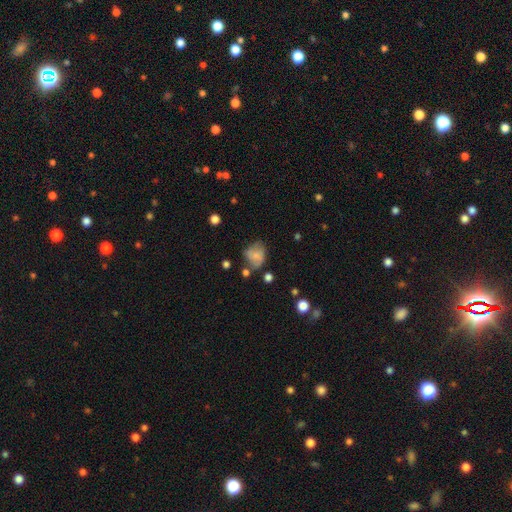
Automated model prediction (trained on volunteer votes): The model was most divided on "how rounded": round: 51%, in between: 47%, cigar-shaped: 1%. Remaining: smooth or featured — smooth (69%); merging — none (48%).